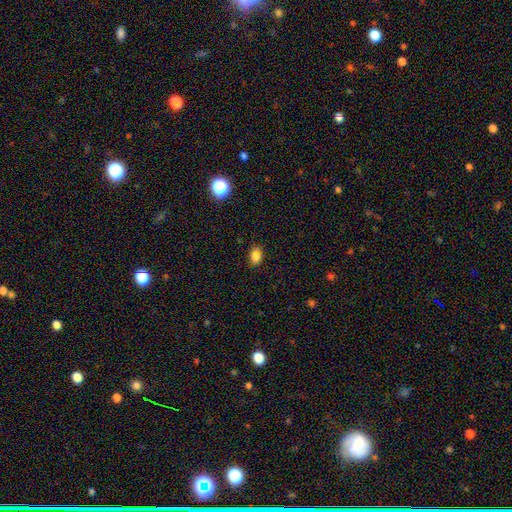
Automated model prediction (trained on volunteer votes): Overall: smooth (80%). How rounded: in between (69%). Merging: none (77%).